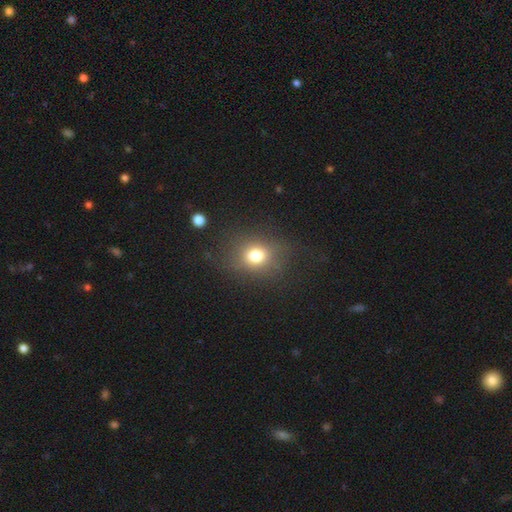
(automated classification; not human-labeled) A smooth galaxy with no disk features (74%) that is round (63%).

Vote fractions:
- Smooth or featured? smooth: 74% / star or artifact: 15% / featured or disk: 11%
- How rounded? round: 63% / in between: 36% / cigar-shaped: 1%
- Merging? none: 75% / minor disturbance: 14% / major disturbance: 9% / merger: 2%